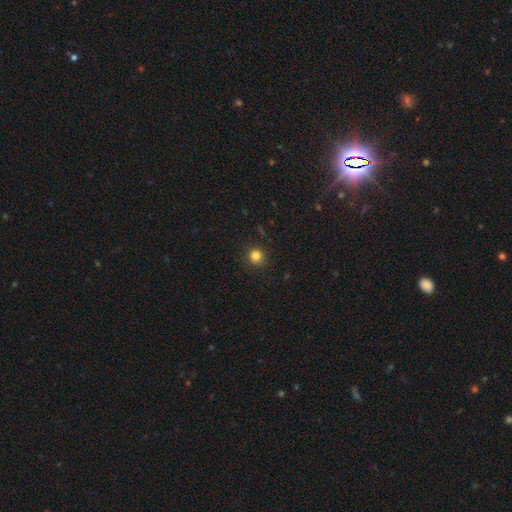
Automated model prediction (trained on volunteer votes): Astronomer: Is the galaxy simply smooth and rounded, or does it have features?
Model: smooth — 81%.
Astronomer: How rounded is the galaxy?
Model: round — 93%.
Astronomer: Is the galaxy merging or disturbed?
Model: none — 90%.